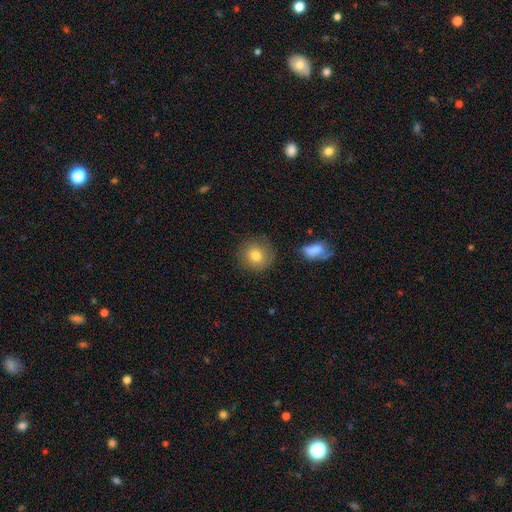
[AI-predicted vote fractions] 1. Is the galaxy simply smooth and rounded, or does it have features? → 80% smooth, 11% featured or disk, 9% star or artifact.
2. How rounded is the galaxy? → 91% round, 8% in between, 1% cigar-shaped.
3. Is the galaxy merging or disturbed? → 81% none, 12% minor disturbance, 4% major disturbance, 3% merger.